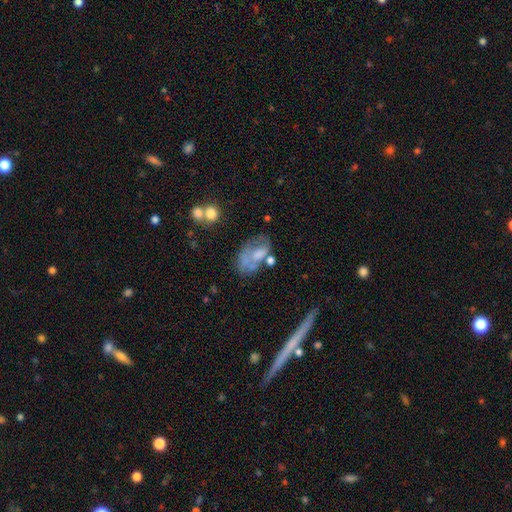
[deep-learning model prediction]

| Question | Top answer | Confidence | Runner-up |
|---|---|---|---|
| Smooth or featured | featured or disk | 47% | smooth (42%) |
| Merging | none | 36% | minor disturbance (24%) |